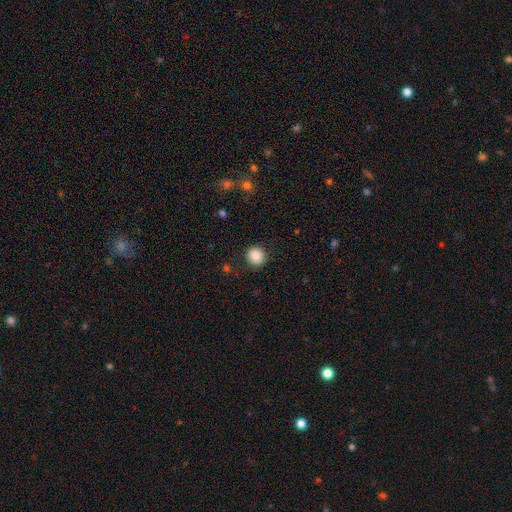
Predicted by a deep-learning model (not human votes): Smooth or featured? smooth (83%)
How rounded? round (89%)
Merging? none (87%)